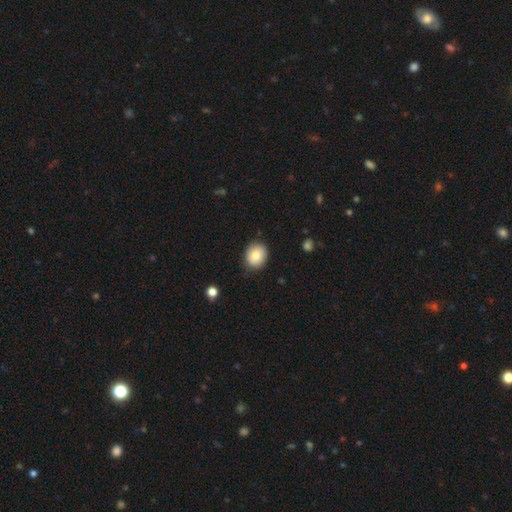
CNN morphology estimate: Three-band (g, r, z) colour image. It shows a smooth galaxy with no disk features (82%) that is round (59%). Merging: none (84%).